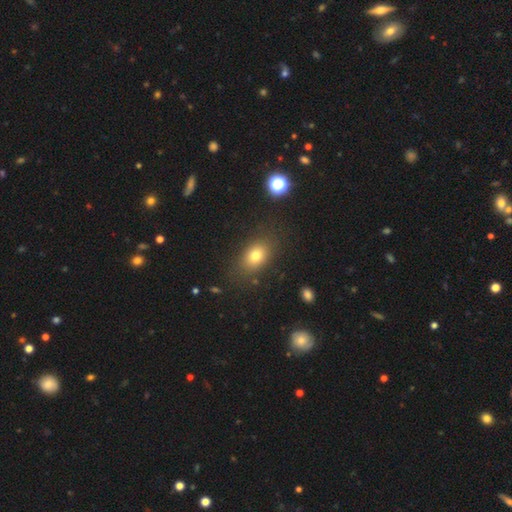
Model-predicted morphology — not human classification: type=smooth (77%); roundness=in between (74%); merging=none (82%).